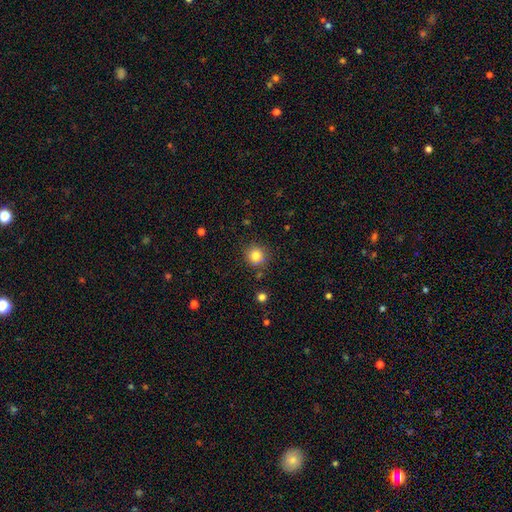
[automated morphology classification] The model was most divided on "smooth or featured": smooth: 83%, star or artifact: 11%, featured or disk: 6%. More confident: how rounded — round (92%); merging — none (86%).